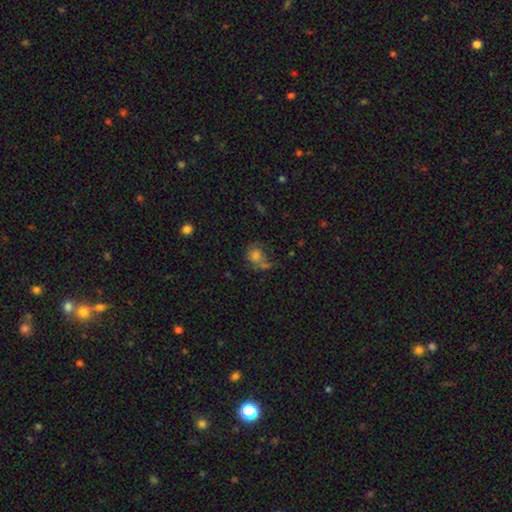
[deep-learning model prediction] This is likely a smooth galaxy (68%). How rounded: likely round (69%). Merging: marginally none (39%).